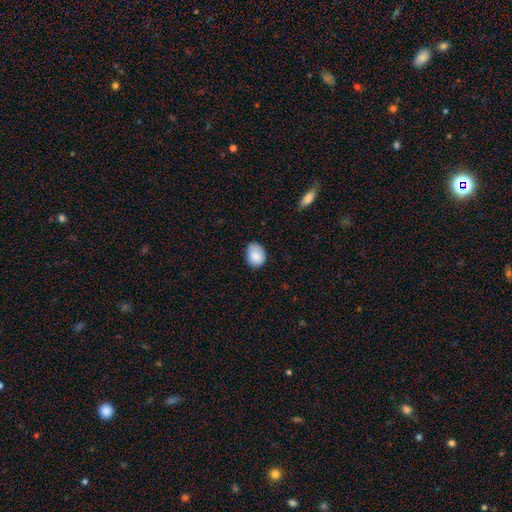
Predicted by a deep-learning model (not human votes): A smooth galaxy with no disk features (86%) that is in between round and cigar-shaped (60%).

Vote fractions:
- Smooth or featured? smooth: 86% / star or artifact: 7% / featured or disk: 7%
- How rounded? in between: 60% / round: 39% / cigar-shaped: 1%
- Merging? none: 73% / minor disturbance: 23% / major disturbance: 3% / merger: 1%